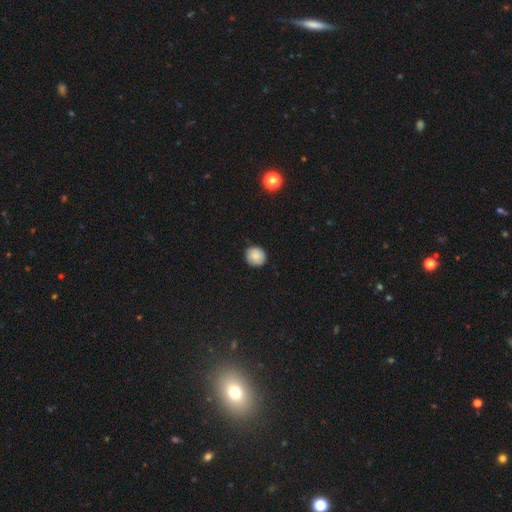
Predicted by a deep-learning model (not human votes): Smooth or featured? smooth (87%)
How rounded? round (88%)
Merging? none (88%)